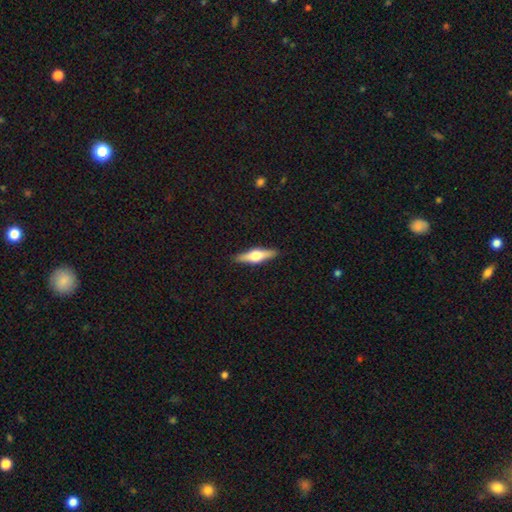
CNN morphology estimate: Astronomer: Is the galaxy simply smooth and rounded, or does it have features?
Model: featured or disk — 59% (runner-up: smooth, 36%).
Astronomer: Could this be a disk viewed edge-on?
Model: yes — 96%.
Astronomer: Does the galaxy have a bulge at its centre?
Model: rounded — 95%.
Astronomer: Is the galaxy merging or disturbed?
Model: none — 91%.